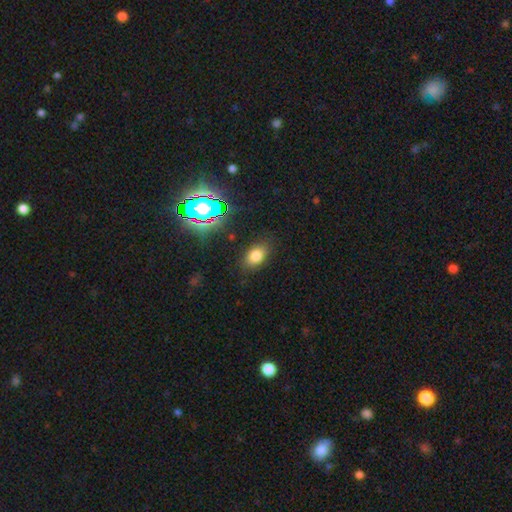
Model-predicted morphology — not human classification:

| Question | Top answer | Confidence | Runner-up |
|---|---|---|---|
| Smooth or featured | smooth | 76% | star or artifact (16%) |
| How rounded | in between | 83% | round (15%) |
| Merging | none | 82% | minor disturbance (12%) |